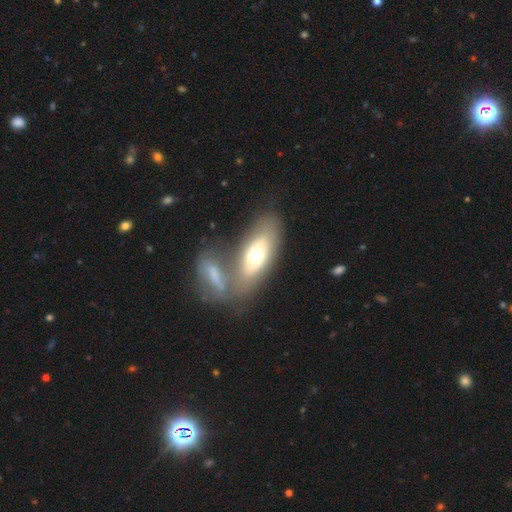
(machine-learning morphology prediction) A smooth galaxy with no disk features (53%) that is in between round and cigar-shaped (82%). Merging: none (44%).